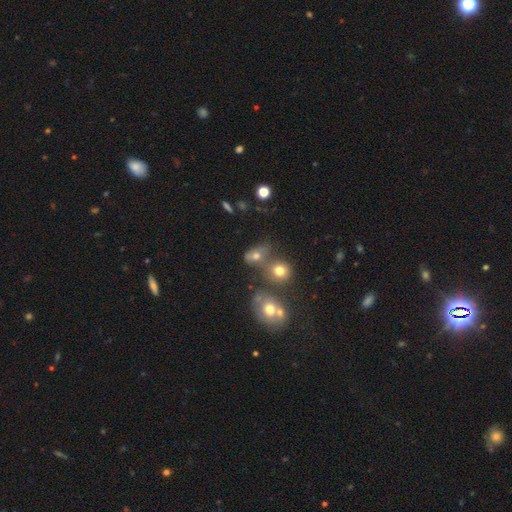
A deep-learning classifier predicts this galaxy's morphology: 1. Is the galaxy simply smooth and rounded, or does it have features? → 63% smooth, 19% featured or disk, 17% star or artifact.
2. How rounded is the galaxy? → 61% in between, 35% round, 4% cigar-shaped.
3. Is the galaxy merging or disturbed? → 38% none, 33% merger, 17% minor disturbance, 12% major disturbance.